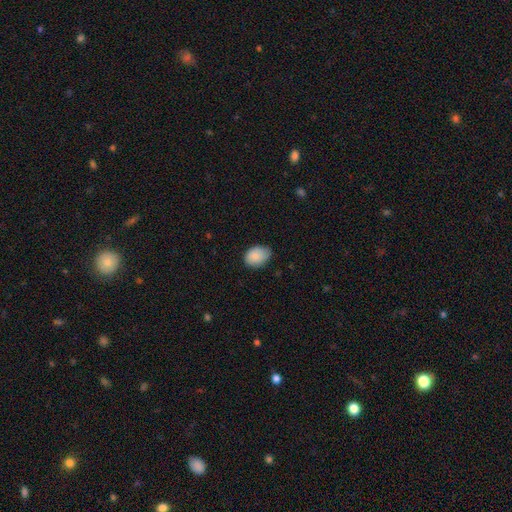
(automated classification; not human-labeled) This appears to be a smooth galaxy with no disk features (85%) that is in between round and cigar-shaped (77%). Merging: none (65%).